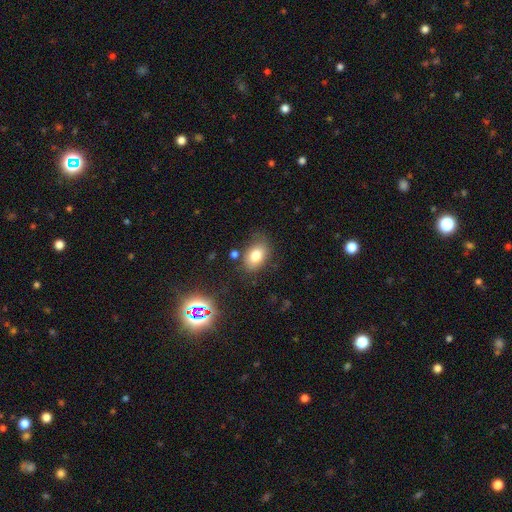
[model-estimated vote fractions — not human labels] This is likely a smooth galaxy (77%). How rounded: clearly in between (80%). Merging: likely none (73%).